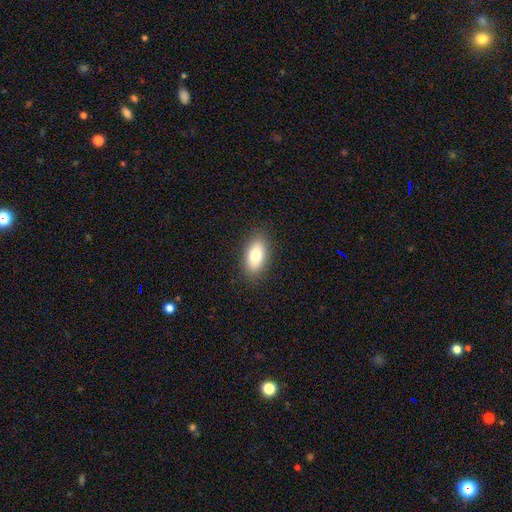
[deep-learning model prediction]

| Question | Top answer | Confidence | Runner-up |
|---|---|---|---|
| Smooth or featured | smooth | 76% | featured or disk (16%) |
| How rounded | in between | 90% | round (6%) |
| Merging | none | 88% | minor disturbance (9%) |